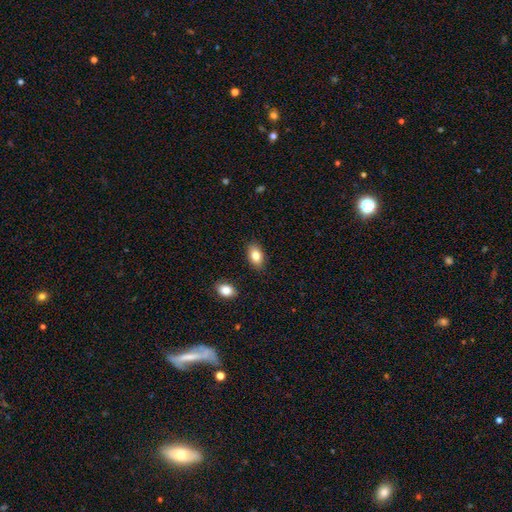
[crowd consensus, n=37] This is clearly a smooth galaxy (89%). How rounded: clearly in between (85%). Merging: clearly none (86%).